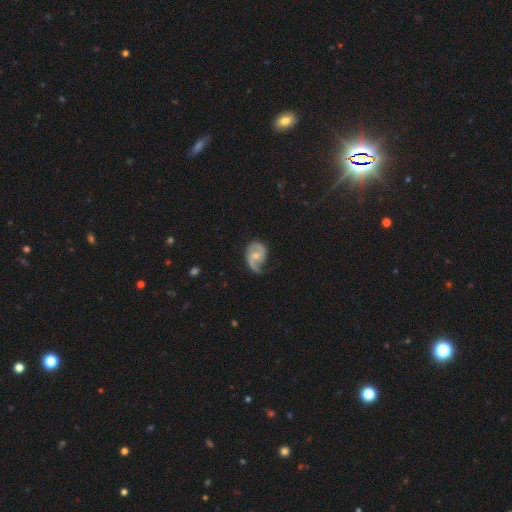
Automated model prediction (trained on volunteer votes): smooth-or-featured: featured or disk: 80% | smooth: 14% | star or artifact: 5%
  disk-edge-on: no: 98% | yes: 2%
    bar: no: 56% | weak: 37% | strong: 8%
    has-spiral-arms: yes: 94% | no: 6%
      spiral-winding: medium: 45% | loose: 36% | tight: 18%
      spiral-arm-count: 2: 73% | 1: 19% | can't tell: 5% | 3: 2% | 4: 1% | more than 4: 1%
    bulge-size: small: 49% | moderate: 46% | none: 3% | large: 2% | dominant: 1%
  merging: none: 50% | minor disturbance: 30% | major disturbance: 18% | merger: 2%